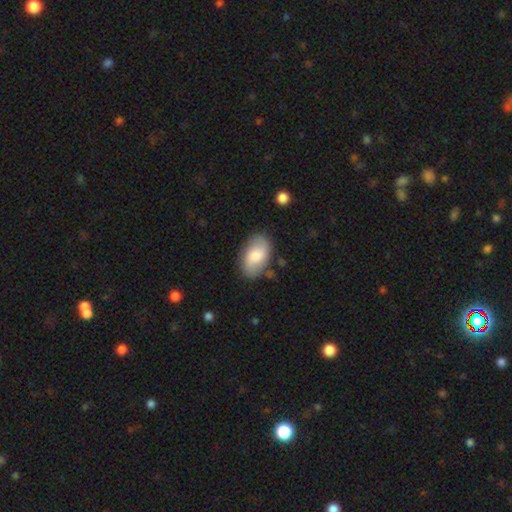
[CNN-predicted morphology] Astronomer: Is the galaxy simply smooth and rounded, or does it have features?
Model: smooth — 57% (runner-up: featured or disk, 36%).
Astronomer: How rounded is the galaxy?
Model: in between — 93%.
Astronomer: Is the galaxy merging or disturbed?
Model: none — 77%.